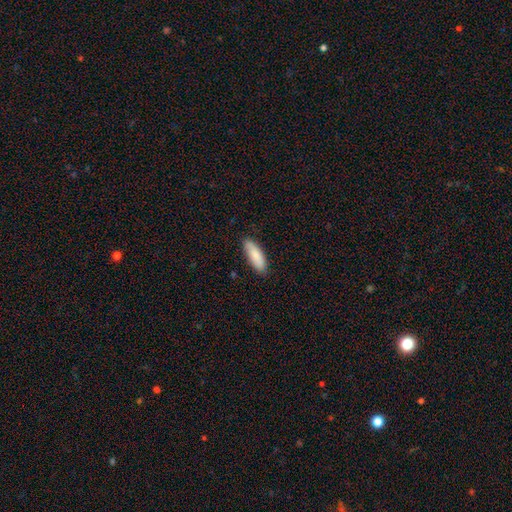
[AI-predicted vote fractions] Smooth or featured? smooth (87%)
How rounded? in between (62%)
Merging? none (85%)